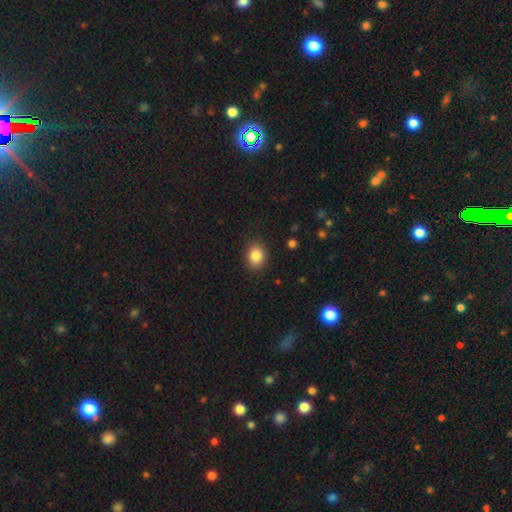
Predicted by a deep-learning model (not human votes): Q: Smooth or featured?
A: smooth (86%); runner-up: star or artifact (9%)
Q: How rounded?
A: in between (51%); runner-up: round (48%)
Q: Merging?
A: none (88%); runner-up: minor disturbance (8%)